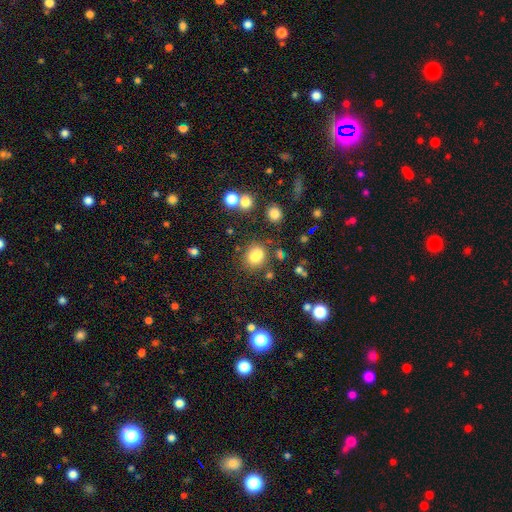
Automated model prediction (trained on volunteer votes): A smooth galaxy with no disk features (76%) that is round (57%).

Vote fractions:
- Smooth or featured? smooth: 76% / star or artifact: 14% / featured or disk: 10%
- How rounded? round: 57% / in between: 42% / cigar-shaped: 1%
- Merging? none: 63% / merger: 17% / minor disturbance: 15% / major disturbance: 5%